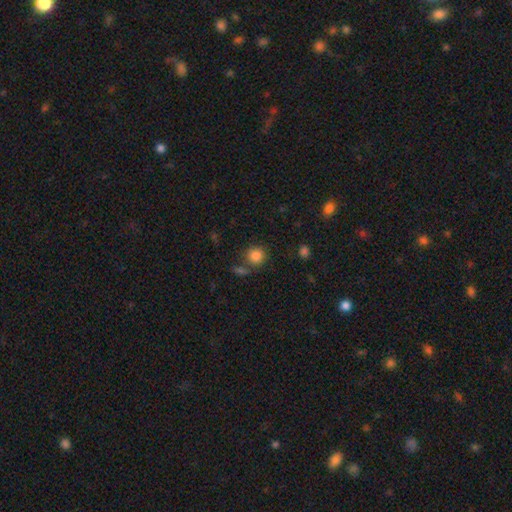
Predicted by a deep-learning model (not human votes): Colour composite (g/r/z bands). It shows a smooth galaxy with no disk features (84%) that is round (89%). Merging: none (72%).